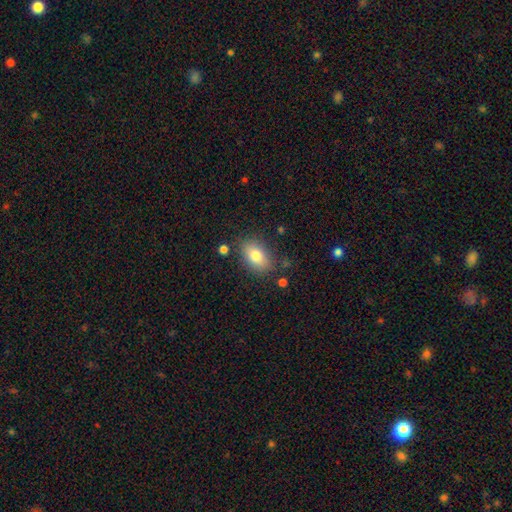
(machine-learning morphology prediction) The model was most divided on "merging": none: 80%, minor disturbance: 13%, major disturbance: 4%, merger: 3%. More confident: how rounded — in between (87%); smooth or featured — smooth (80%).